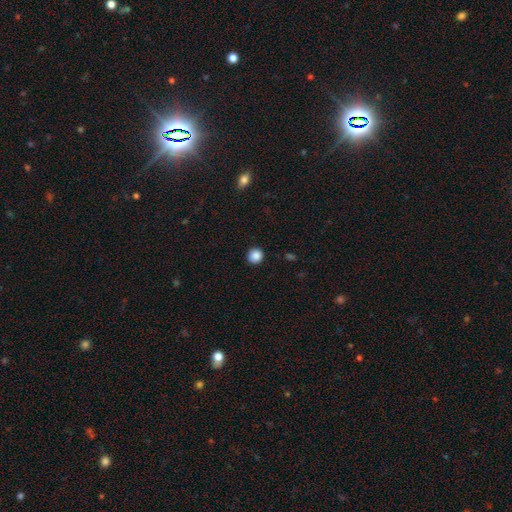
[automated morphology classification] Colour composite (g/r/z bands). It shows a smooth galaxy with no disk features (88%) that is round (93%). Merging: none (92%).